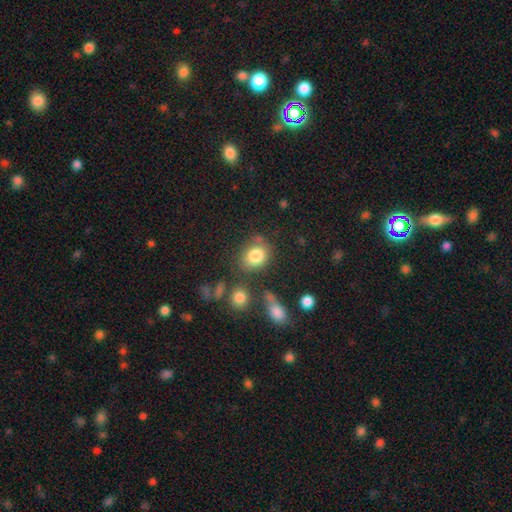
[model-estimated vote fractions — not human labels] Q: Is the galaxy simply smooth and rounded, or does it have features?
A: smooth — 82%.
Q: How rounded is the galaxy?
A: round — 52%.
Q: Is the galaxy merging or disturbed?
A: none — 65%.